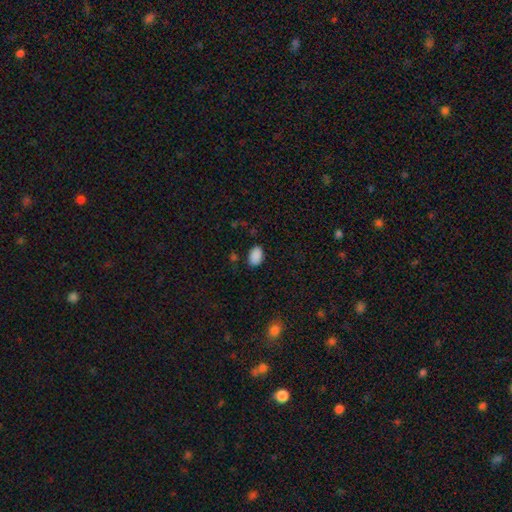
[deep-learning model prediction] Morphology: type=smooth (88%); roundness=in between (87%); merging=none (81%).